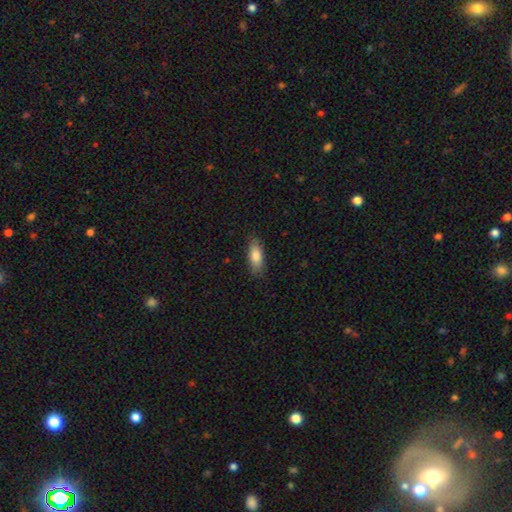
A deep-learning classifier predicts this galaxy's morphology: Smooth or featured? smooth (84%)
How rounded? in between (74%)
Merging? none (84%)